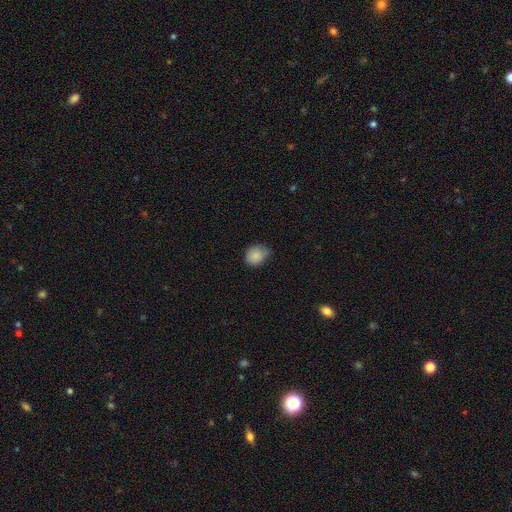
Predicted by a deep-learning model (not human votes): smooth 86%, star or artifact 8%, featured or disk 5%. Down the decision tree: how rounded — round (57%); merging — none (56%).